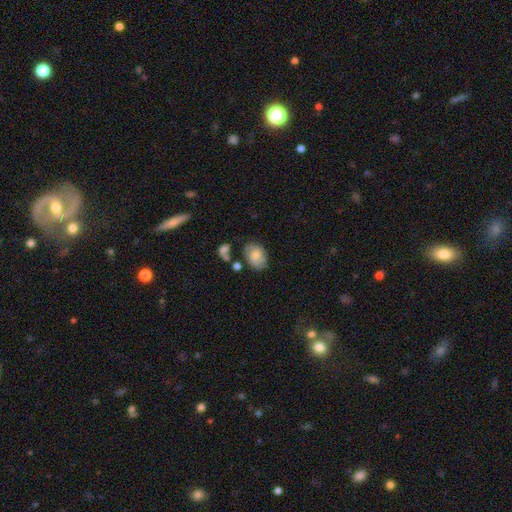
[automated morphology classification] smooth 76%, featured or disk 17%, star or artifact 8%. Down the decision tree: how rounded — in between (79%); merging — none (62%).